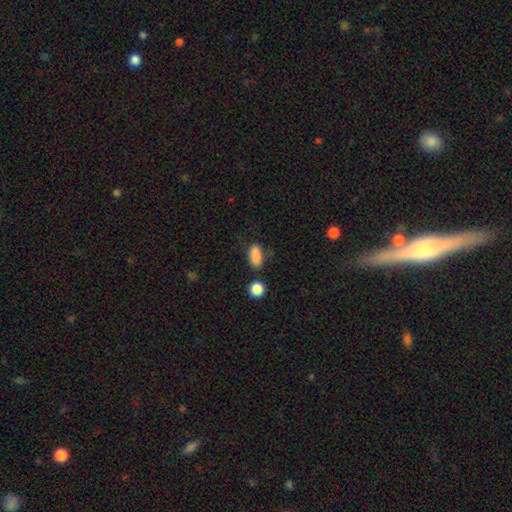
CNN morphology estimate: This is clearly a smooth galaxy (87%). How rounded: clearly in between (85%). Merging: likely none (74%).